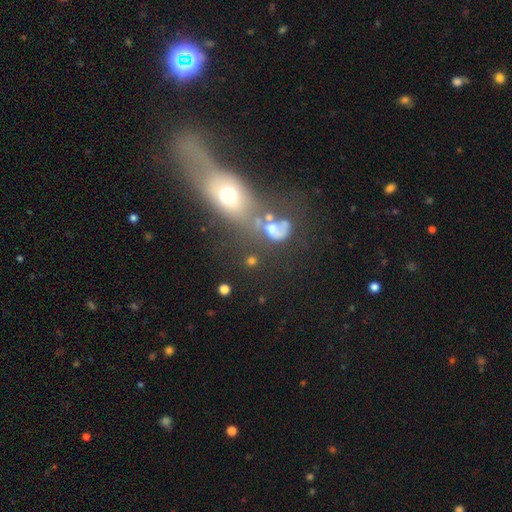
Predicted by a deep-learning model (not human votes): smooth-or-featured: featured or disk: 44% | smooth: 37% | star or artifact: 19%
  merging: merger: 53% | none: 24% | major disturbance: 13% | minor disturbance: 10%